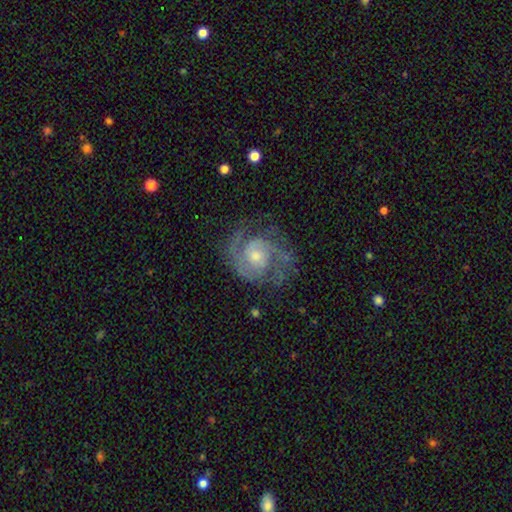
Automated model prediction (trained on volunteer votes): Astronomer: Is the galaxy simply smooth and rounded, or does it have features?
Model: featured or disk — 88%.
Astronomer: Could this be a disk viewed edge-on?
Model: no — 98%.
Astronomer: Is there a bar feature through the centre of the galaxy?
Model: no — 64%.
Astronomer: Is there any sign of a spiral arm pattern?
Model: yes — 97%.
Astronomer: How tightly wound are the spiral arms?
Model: medium — 46% (runner-up: tight, 44%).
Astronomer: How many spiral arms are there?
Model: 2 — 71%.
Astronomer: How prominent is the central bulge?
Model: moderate — 51% (runner-up: small, 40%).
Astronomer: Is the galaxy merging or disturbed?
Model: none — 69%.